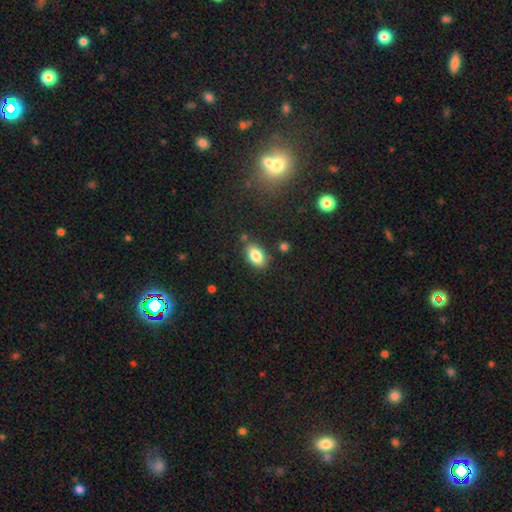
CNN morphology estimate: A smooth galaxy with no disk features (84%) that is in between round and cigar-shaped (91%).

Vote fractions:
- Smooth or featured? smooth: 84% / featured or disk: 8% / star or artifact: 8%
- How rounded? in between: 91% / round: 6% / cigar-shaped: 3%
- Merging? none: 79% / minor disturbance: 13% / merger: 5% / major disturbance: 3%